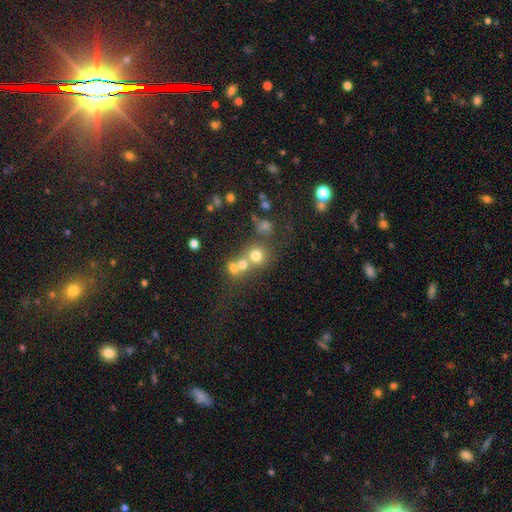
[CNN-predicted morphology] This appears to be a smooth galaxy with no disk features (67%) that is round (84%). Merging: none (47%).